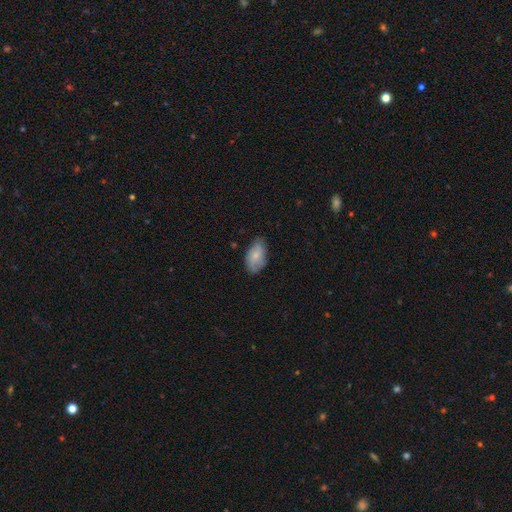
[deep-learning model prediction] Smooth or featured: smooth — 69% (featured or disk — 24%)
How rounded: in between — 93% (round — 4%)
Merging: none — 70% (minor disturbance — 24%)